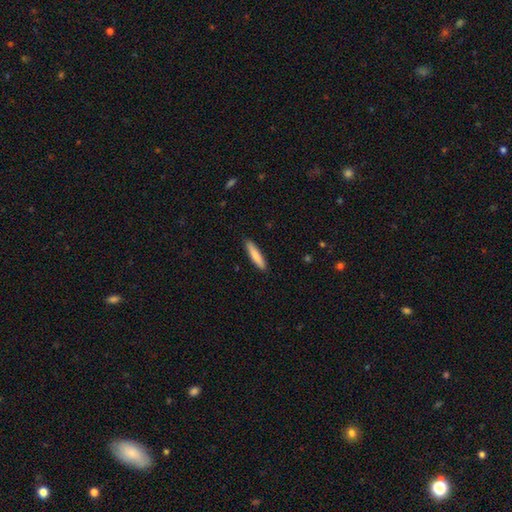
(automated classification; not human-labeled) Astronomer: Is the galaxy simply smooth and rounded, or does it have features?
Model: smooth — 81%.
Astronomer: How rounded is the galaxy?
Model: cigar-shaped — 87%.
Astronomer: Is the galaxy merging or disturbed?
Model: none — 90%.